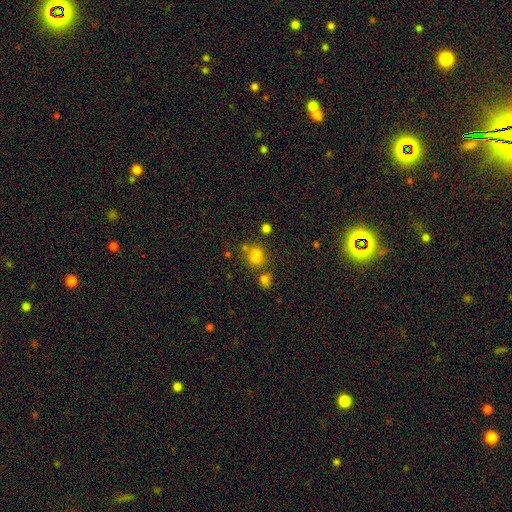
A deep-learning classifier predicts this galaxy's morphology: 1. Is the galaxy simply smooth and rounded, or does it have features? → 78% smooth, 16% star or artifact, 7% featured or disk.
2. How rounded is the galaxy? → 63% round, 35% in between, 1% cigar-shaped.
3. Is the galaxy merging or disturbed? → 63% none, 17% merger, 14% minor disturbance, 6% major disturbance.